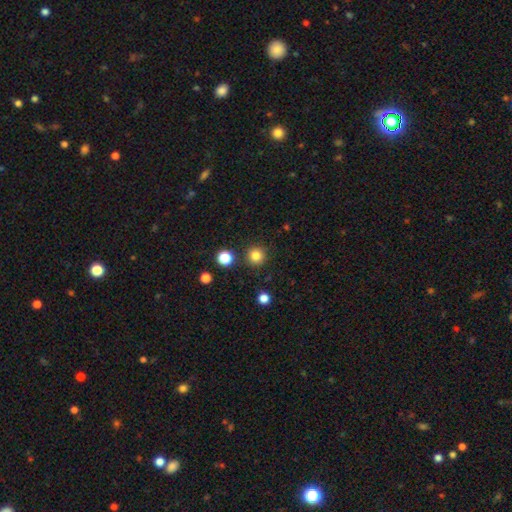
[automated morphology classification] Q: Smooth or featured?
A: smooth (83%); runner-up: star or artifact (12%)
Q: How rounded?
A: round (95%); runner-up: in between (4%)
Q: Merging?
A: none (89%); runner-up: minor disturbance (6%)